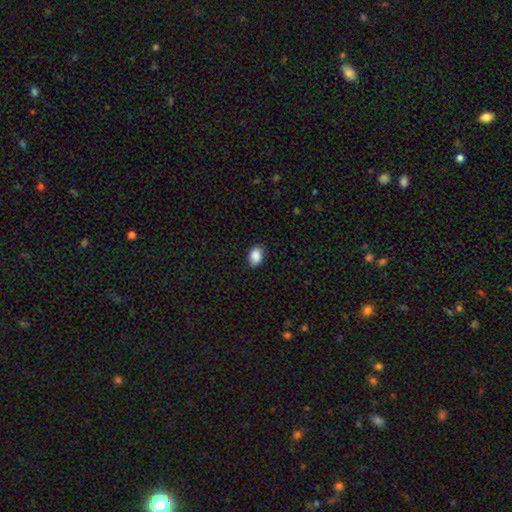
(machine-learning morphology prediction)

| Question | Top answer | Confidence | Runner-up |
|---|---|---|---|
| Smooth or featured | smooth | 89% | star or artifact (7%) |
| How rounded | in between | 77% | round (22%) |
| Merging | none | 85% | minor disturbance (12%) |